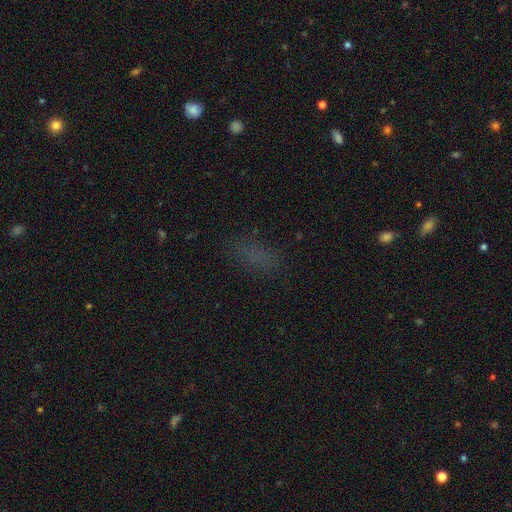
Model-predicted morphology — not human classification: This is likely a smooth galaxy (65%). How rounded: likely in between (80%). Merging: likely none (77%).